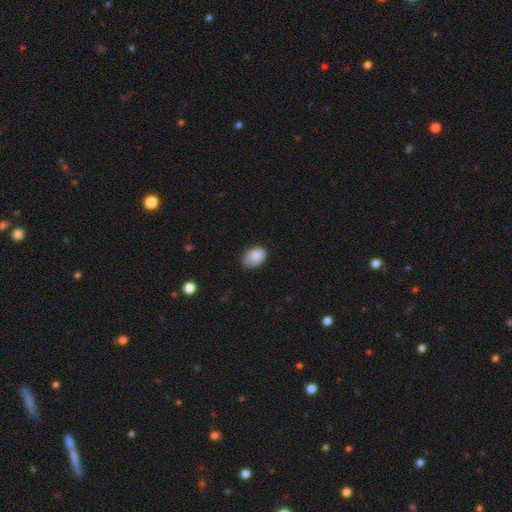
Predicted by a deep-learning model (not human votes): A smooth galaxy with no disk features (86%) that is in between round and cigar-shaped (84%). Merging: none (64%).